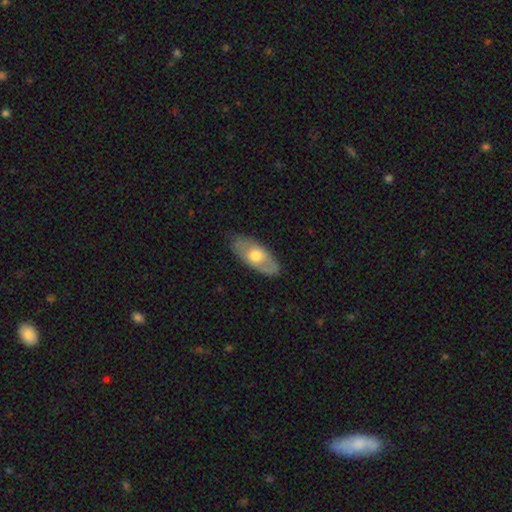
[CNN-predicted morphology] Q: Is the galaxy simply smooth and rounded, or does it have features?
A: smooth — 53%.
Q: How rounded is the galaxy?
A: in between — 87%.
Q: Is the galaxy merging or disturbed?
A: none — 78%.